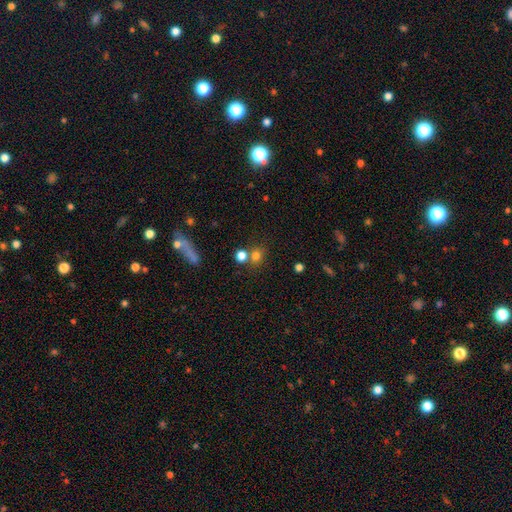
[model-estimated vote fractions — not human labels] A smooth galaxy with no disk features (75%) that is round (77%).

Vote fractions:
- Smooth or featured? smooth: 75% / star or artifact: 17% / featured or disk: 8%
- How rounded? round: 77% / in between: 21% / cigar-shaped: 2%
- Merging? none: 60% / merger: 26% / minor disturbance: 9% / major disturbance: 4%